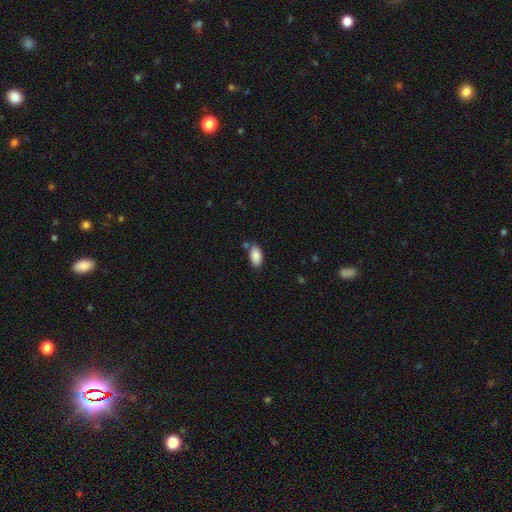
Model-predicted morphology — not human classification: The model was most divided on "merging": none: 72%, minor disturbance: 16%, merger: 9%, major disturbance: 3%. More confident: how rounded — in between (94%); smooth or featured — smooth (88%).